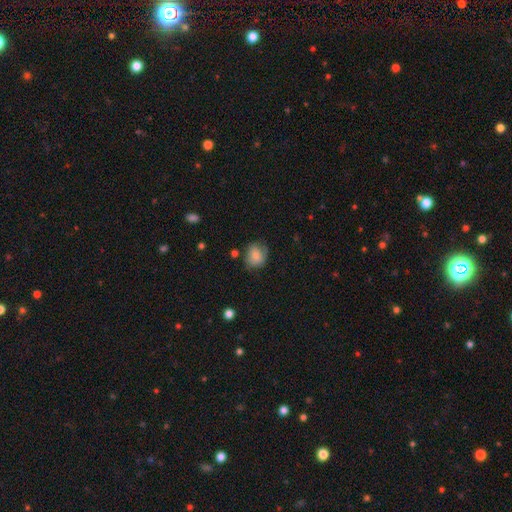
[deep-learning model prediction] Morphology: type=smooth (73%); roundness=round (60%); merging=none (65%).